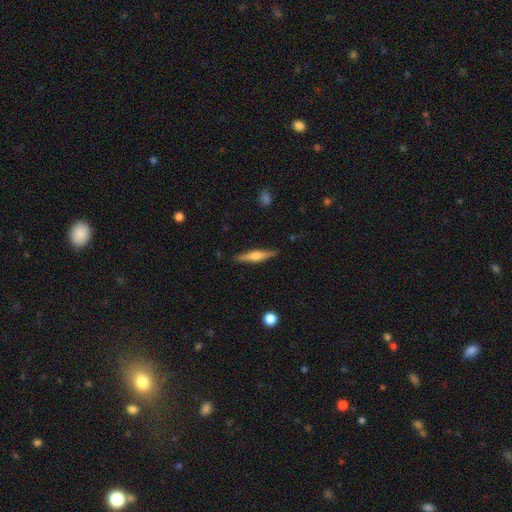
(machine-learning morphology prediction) type=featured or disk (54%); edge-on=yes (96%); edge-on bulge=rounded (83%); merging=none (89%).